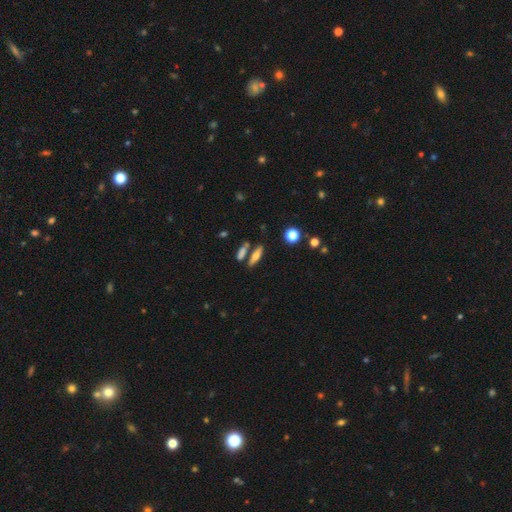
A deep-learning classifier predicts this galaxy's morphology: Smooth or featured? smooth (61%)
How rounded? cigar-shaped (59%)
Merging? none (70%)